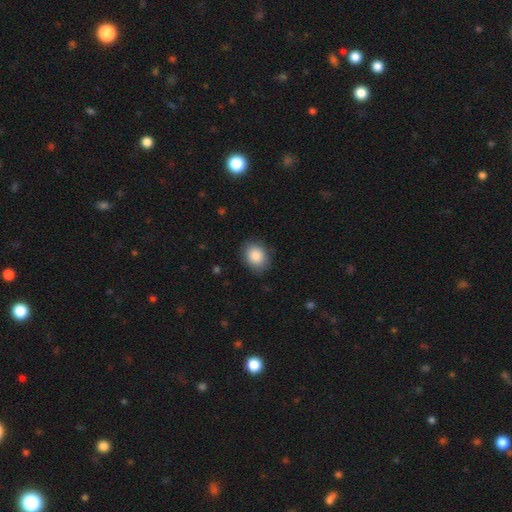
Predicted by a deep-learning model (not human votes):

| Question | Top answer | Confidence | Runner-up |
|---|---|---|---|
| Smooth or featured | smooth | 87% | star or artifact (7%) |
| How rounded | in between | 58% | round (41%) |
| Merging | none | 83% | minor disturbance (13%) |